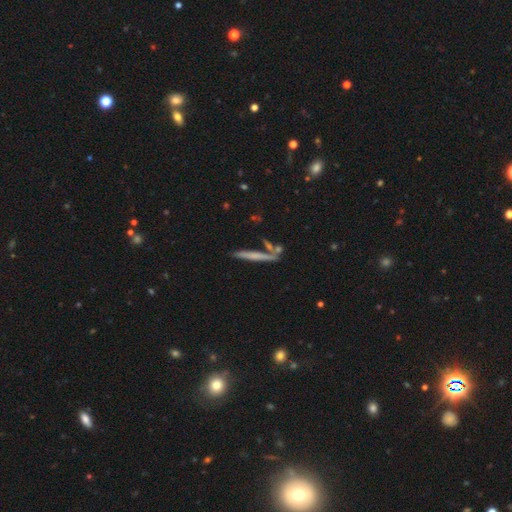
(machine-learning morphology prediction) smooth-or-featured: smooth: 47% | featured or disk: 44% | star or artifact: 8%
  merging: none: 74% | merger: 12% | minor disturbance: 10% | major disturbance: 3%